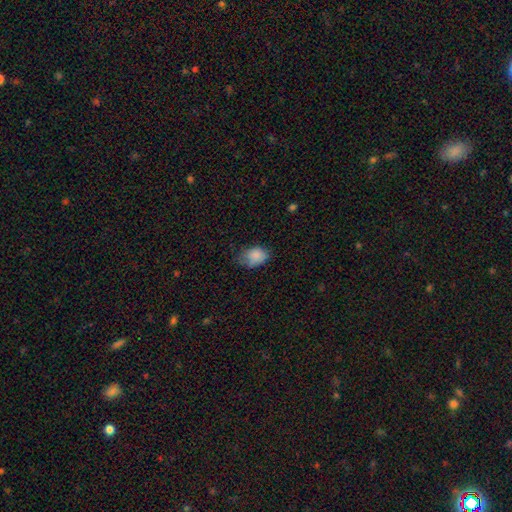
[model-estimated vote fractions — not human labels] Q: Smooth or featured?
A: smooth (84%); runner-up: star or artifact (8%)
Q: How rounded?
A: in between (77%); runner-up: round (22%)
Q: Merging?
A: none (48%); runner-up: minor disturbance (38%)